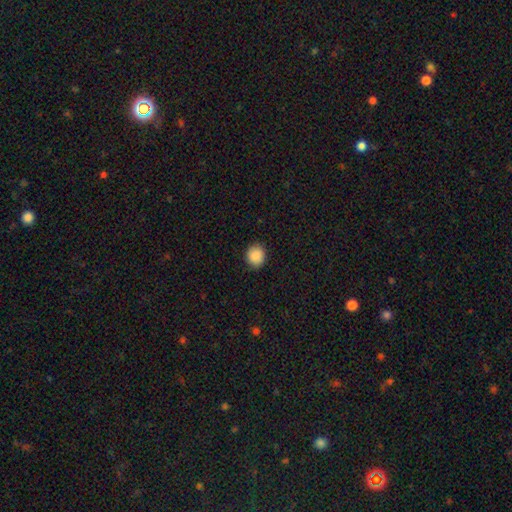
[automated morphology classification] smooth 89%, star or artifact 8%, featured or disk 3%. Down the decision tree: how rounded — round (80%); merging — none (90%).